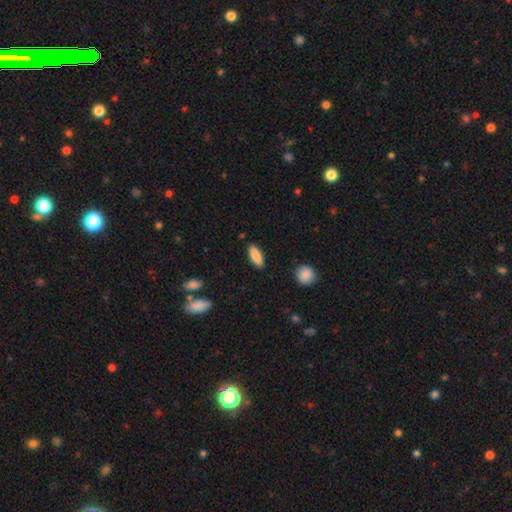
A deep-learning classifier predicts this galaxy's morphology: Smooth or featured? Predicted: smooth (p=0.86). How rounded? Predicted: in between (p=0.65). Merging? Predicted: none (p=0.88).